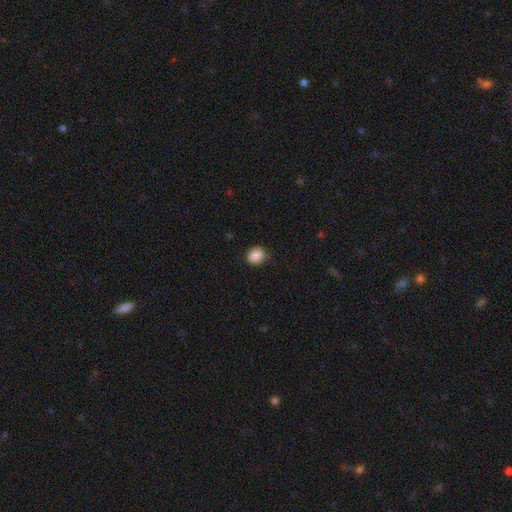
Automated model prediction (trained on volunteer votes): The model was most divided on "how rounded": round: 62%, in between: 37%, cigar-shaped: 1%. More confident: smooth or featured — smooth (88%); merging — none (81%).